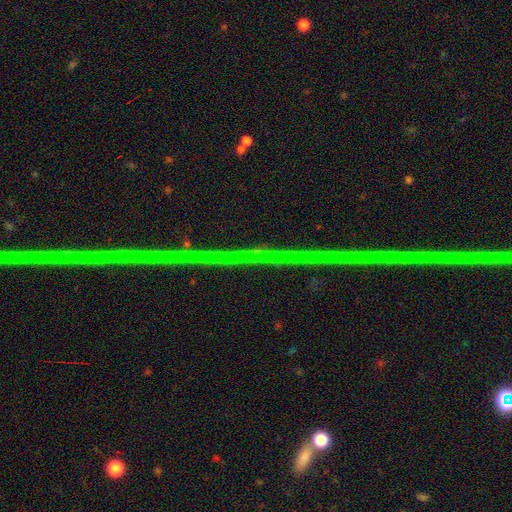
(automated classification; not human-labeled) smooth-or-featured: star or artifact: 76% | featured or disk: 16% | smooth: 7%